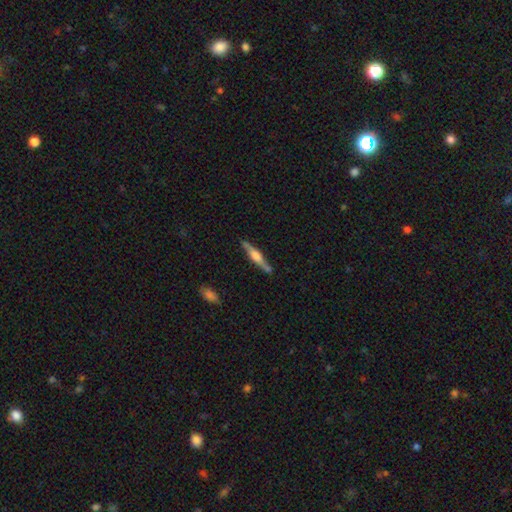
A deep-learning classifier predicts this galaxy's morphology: featured or disk 64%, smooth 30%, star or artifact 6%. Down the decision tree: edge-on disk — yes (94%); edge-on bulge — rounded (67%); merging — none (80%).